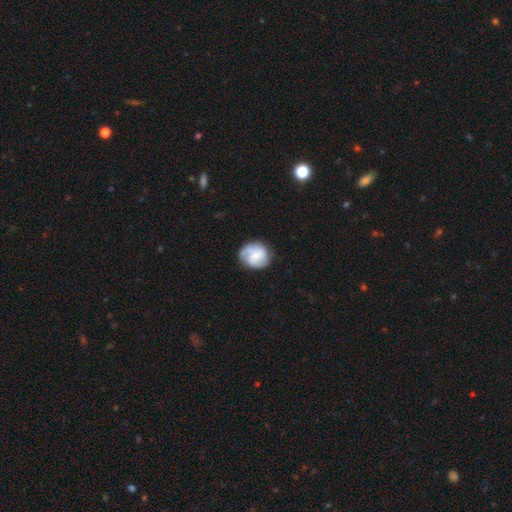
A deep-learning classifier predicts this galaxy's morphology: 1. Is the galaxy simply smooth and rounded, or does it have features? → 60% featured or disk, 34% smooth, 6% star or artifact.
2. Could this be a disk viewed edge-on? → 98% no, 2% yes.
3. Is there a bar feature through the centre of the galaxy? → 47% weak, 40% no, 13% strong.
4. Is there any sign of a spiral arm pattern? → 89% yes, 11% no.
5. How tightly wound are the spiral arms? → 42% medium, 33% tight, 24% loose.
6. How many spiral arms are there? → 62% 2, 15% can't tell, 10% 3, 9% 1, 2% 4, 2% more than 4.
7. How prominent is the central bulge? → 52% small, 39% moderate, 6% none, 3% large, 1% dominant.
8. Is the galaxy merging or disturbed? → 73% none, 19% minor disturbance, 6% major disturbance, 2% merger.